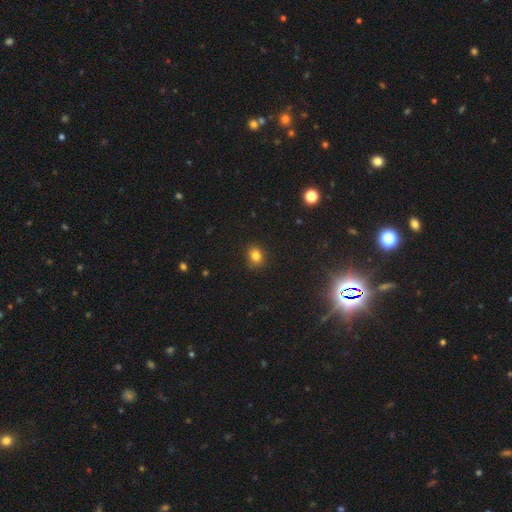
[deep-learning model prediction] smooth 81%, star or artifact 13%, featured or disk 6%. Down the decision tree: how rounded — round (61%); merging — none (86%).